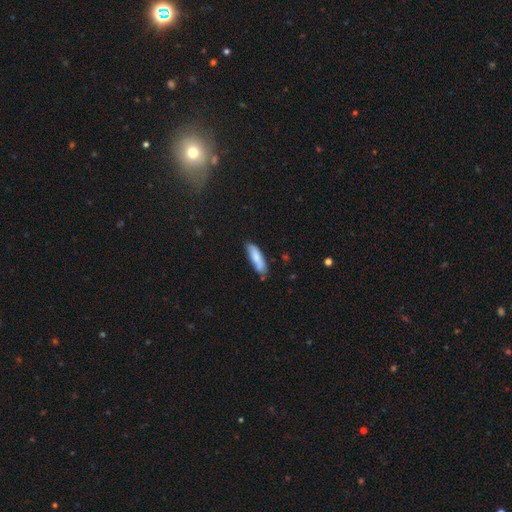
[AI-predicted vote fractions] Morphology: type=smooth (80%); roundness=cigar-shaped (60%); merging=none (70%).